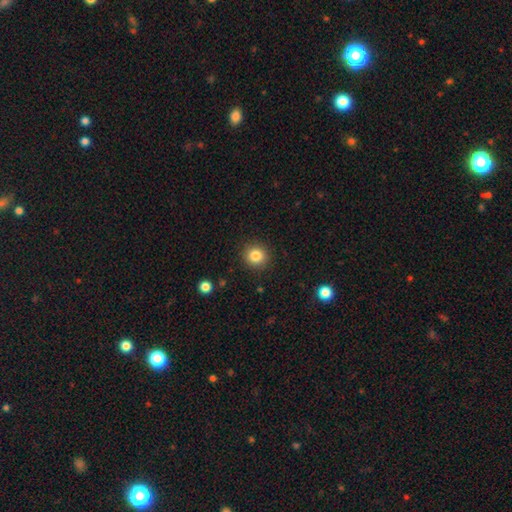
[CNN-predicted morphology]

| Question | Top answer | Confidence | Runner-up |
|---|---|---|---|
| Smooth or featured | smooth | 84% | star or artifact (11%) |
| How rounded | round | 90% | in between (9%) |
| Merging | none | 91% | minor disturbance (6%) |